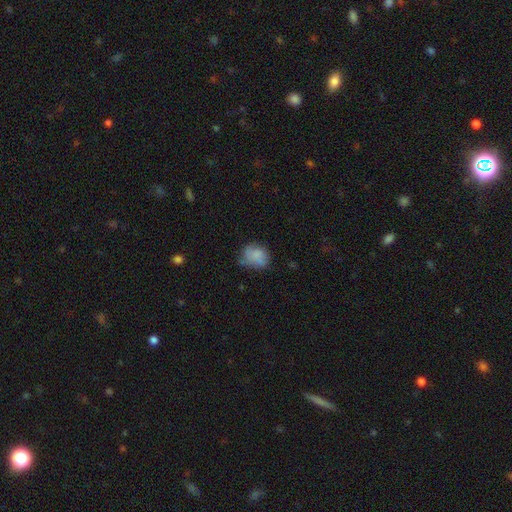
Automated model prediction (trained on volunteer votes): A smooth galaxy with no disk features (74%) that is round (53%).

Vote fractions:
- Smooth or featured? smooth: 74% / featured or disk: 16% / star or artifact: 10%
- How rounded? round: 53% / in between: 46% / cigar-shaped: 1%
- Merging? none: 49% / minor disturbance: 33% / major disturbance: 14% / merger: 4%